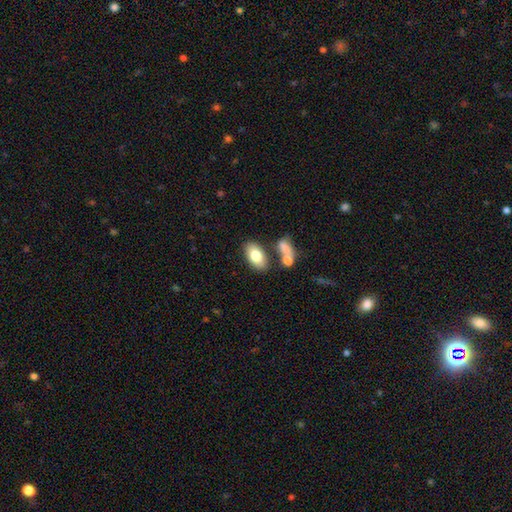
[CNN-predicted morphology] smooth_or_featured: smooth (p=0.78) [alt: featured or disk p=0.15]
how_rounded: in between (p=0.92) [alt: round p=0.06]
merging: none (p=0.72) [alt: merger p=0.13]